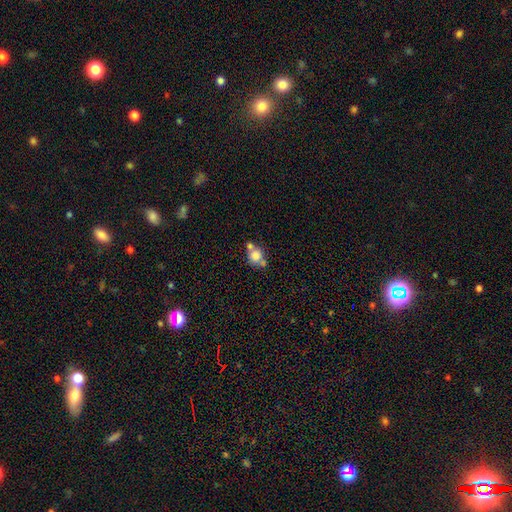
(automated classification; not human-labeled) The model was most divided on "merging": none: 45%, merger: 39%, minor disturbance: 11%, major disturbance: 5%. More confident: how rounded — round (78%); smooth or featured — smooth (74%).